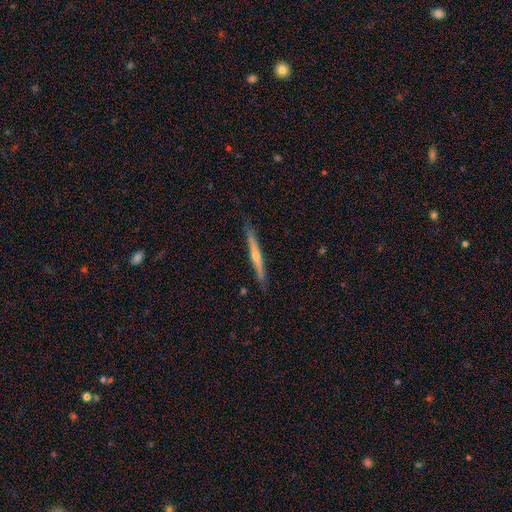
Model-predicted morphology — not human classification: Smooth or featured? featured or disk (68%)
Edge-on disk? yes (97%)
Edge-on bulge? rounded (77%)
Merging? none (85%)